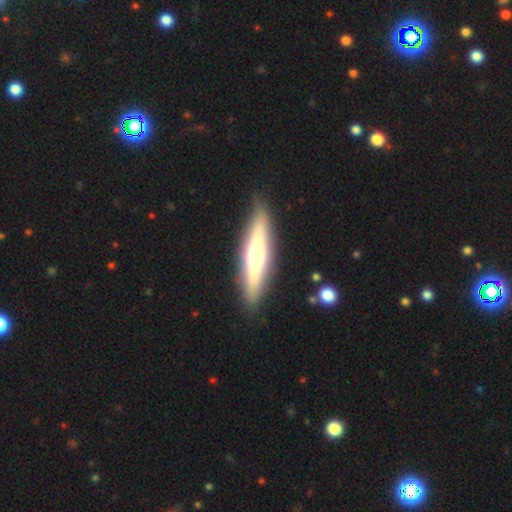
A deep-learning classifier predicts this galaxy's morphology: smooth_or_featured: featured or disk (p=0.53) [alt: smooth p=0.41]
disk_edge_on: yes (p=0.90) [alt: no p=0.10]
merging: none (p=0.87) [alt: minor disturbance p=0.09]